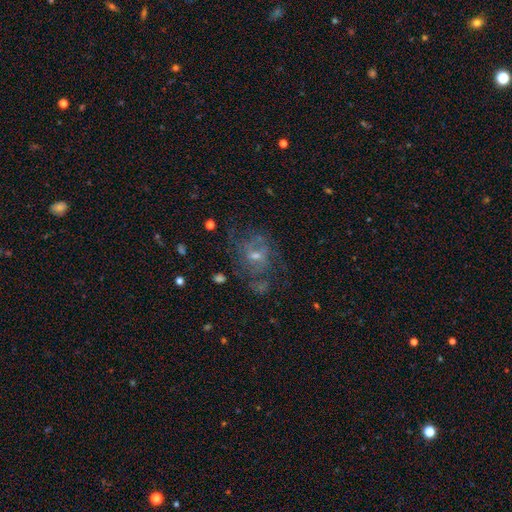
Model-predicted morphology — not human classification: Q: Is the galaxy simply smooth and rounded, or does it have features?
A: featured or disk — 65%.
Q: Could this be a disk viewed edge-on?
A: no — 96%.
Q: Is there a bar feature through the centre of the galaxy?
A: no — 53%.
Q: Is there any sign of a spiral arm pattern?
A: yes — 65%.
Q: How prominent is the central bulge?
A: small — 48%.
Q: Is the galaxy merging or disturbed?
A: none — 56%.